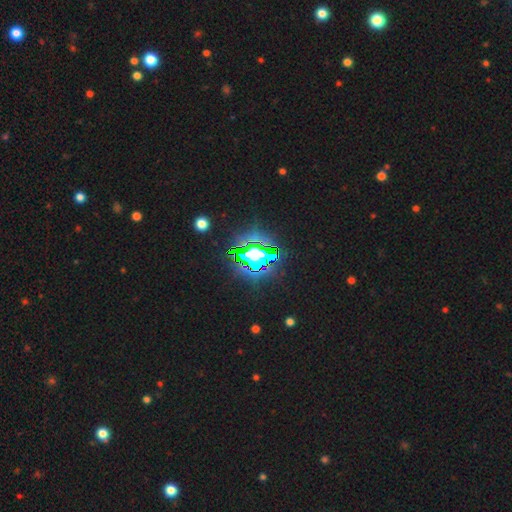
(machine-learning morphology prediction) smooth-or-featured: star or artifact: 68% | smooth: 18% | featured or disk: 15%